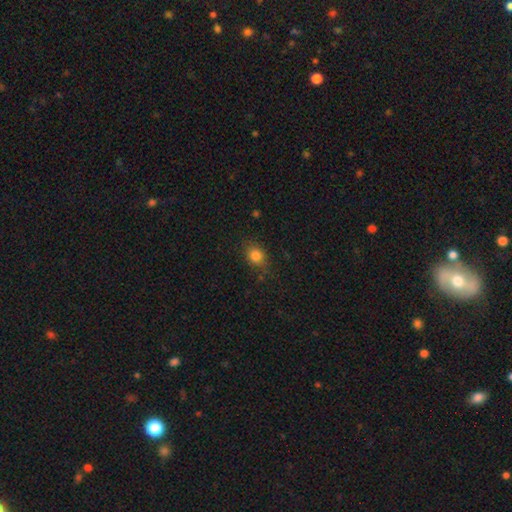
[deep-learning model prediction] The model was most divided on "how rounded": round: 53%, in between: 46%, cigar-shaped: 1%. More confident: smooth or featured — smooth (82%); merging — none (80%).